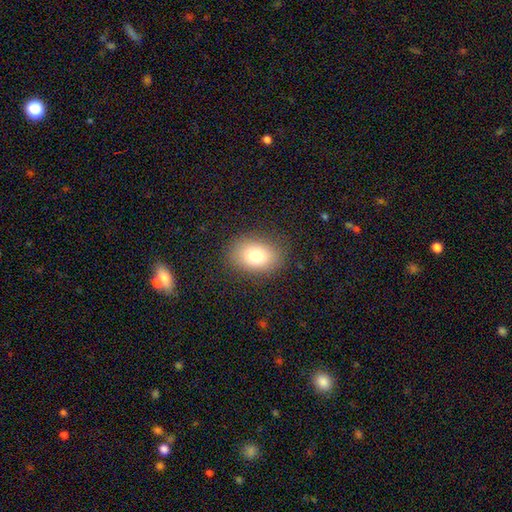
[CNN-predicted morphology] Smooth or featured? smooth (78%)
How rounded? in between (69%)
Merging? none (86%)